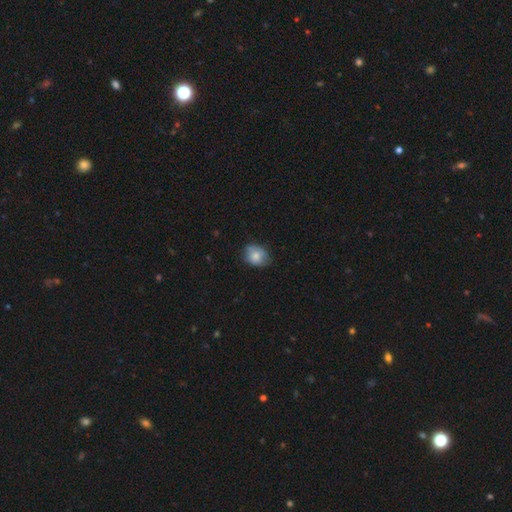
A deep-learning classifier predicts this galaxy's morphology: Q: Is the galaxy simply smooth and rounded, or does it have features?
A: smooth — 76%.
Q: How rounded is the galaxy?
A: round — 50%.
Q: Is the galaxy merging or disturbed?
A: none — 65%.